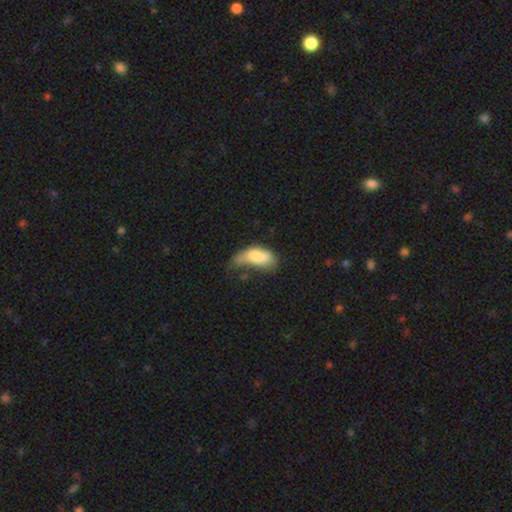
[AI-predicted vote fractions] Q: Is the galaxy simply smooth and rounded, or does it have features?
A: smooth — 73%.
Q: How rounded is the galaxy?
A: in between — 86%.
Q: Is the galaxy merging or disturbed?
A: major disturbance — 35%.